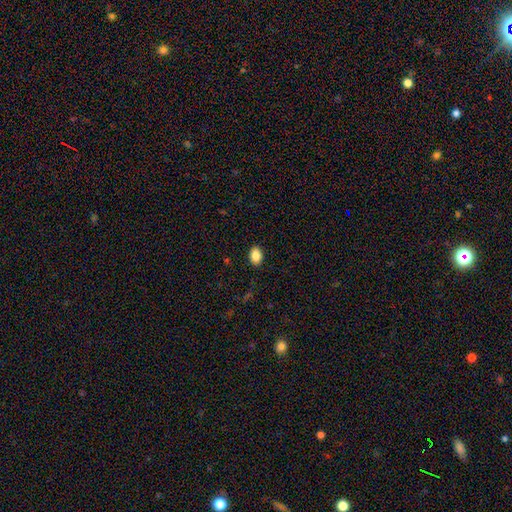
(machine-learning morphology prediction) This appears to be a smooth galaxy with no disk features (86%) that is in between round and cigar-shaped (82%). Merging: none (89%).